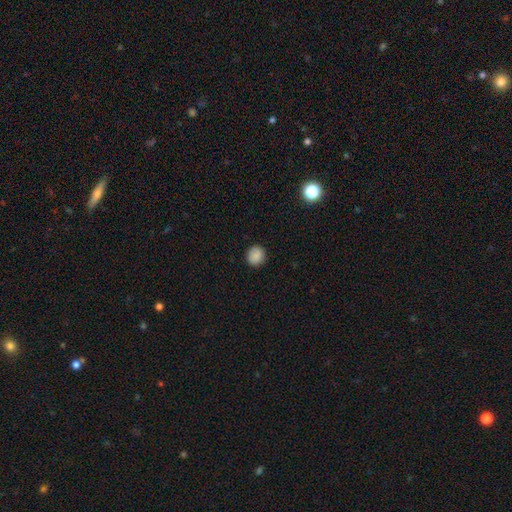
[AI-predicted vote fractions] Smooth or featured? smooth (87%)
How rounded? round (85%)
Merging? none (90%)